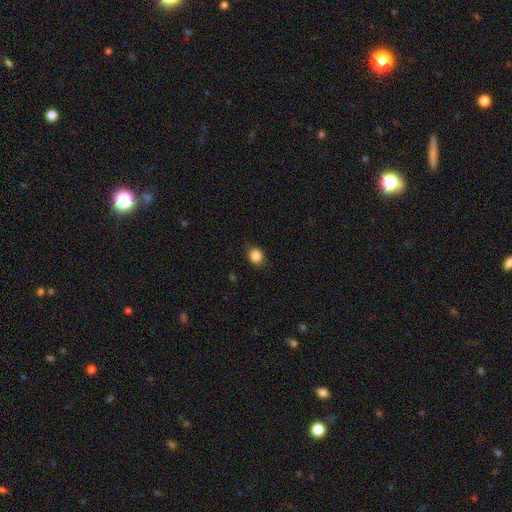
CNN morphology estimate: type=smooth (86%); roundness=round (65%); merging=none (83%).